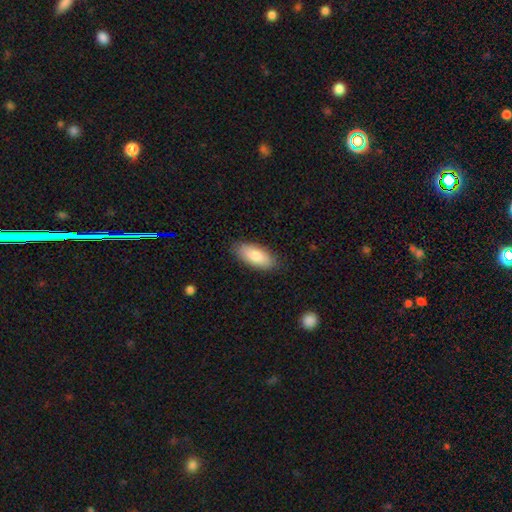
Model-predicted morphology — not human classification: The model was most divided on "how rounded": in between: 86%, cigar-shaped: 12%, round: 2%. More confident: merging — none (86%); smooth or featured — smooth (84%).